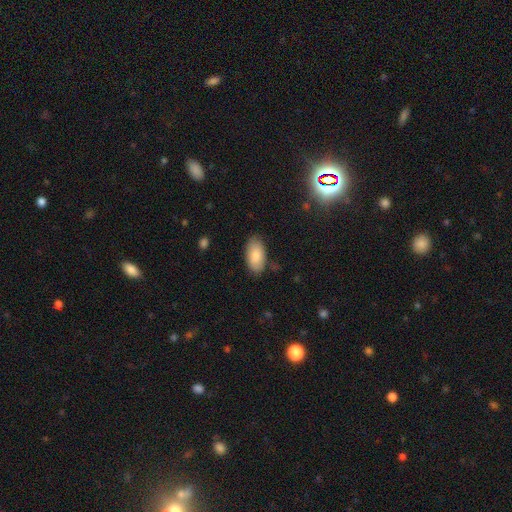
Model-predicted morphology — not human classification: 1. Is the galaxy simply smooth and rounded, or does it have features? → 84% smooth, 9% featured or disk, 6% star or artifact.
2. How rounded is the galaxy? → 94% in between, 3% cigar-shaped, 3% round.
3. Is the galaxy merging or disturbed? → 83% none, 13% minor disturbance, 3% major disturbance, 2% merger.